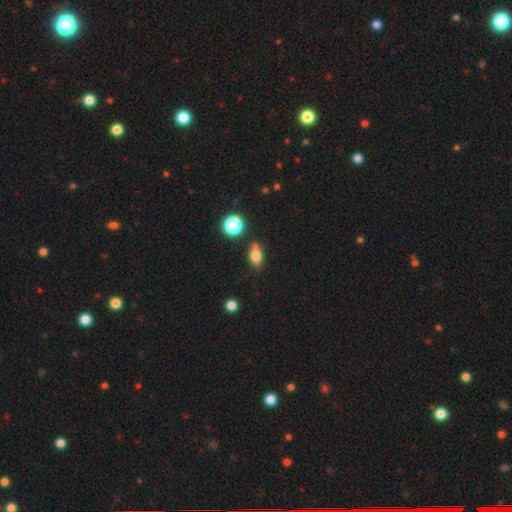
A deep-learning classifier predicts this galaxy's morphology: Overall: smooth (77%). How rounded: in between (76%). Merging: none (66%).